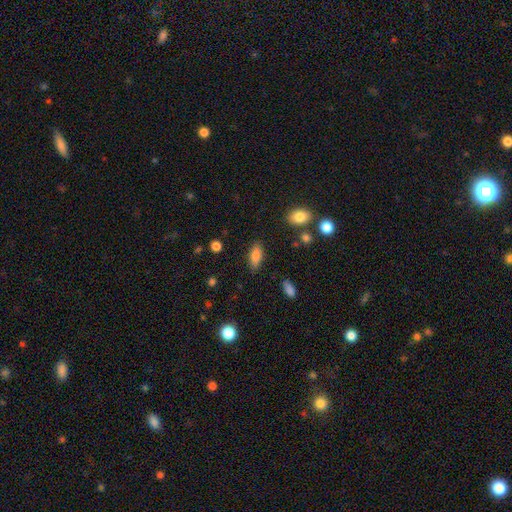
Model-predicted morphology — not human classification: A smooth galaxy with no disk features (82%) that is in between round and cigar-shaped (81%).

Vote fractions:
- Smooth or featured? smooth: 82% / featured or disk: 10% / star or artifact: 8%
- How rounded? in between: 81% / cigar-shaped: 16% / round: 3%
- Merging? none: 84% / minor disturbance: 11% / major disturbance: 3% / merger: 2%